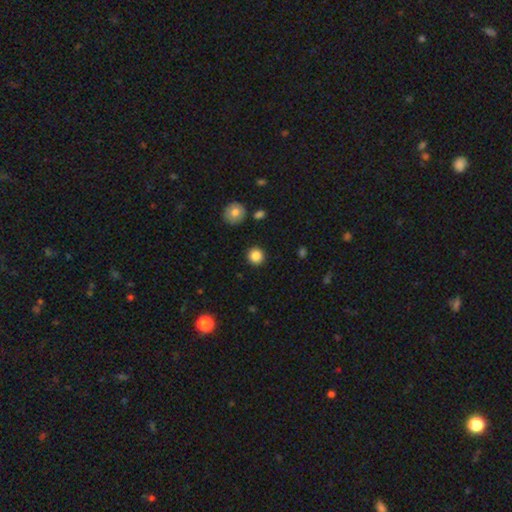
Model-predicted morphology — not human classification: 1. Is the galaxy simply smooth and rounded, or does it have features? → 85% smooth, 10% star or artifact, 5% featured or disk.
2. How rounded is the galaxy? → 94% round, 5% in between, 1% cigar-shaped.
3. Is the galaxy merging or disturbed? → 92% none, 5% minor disturbance, 2% major disturbance, 1% merger.